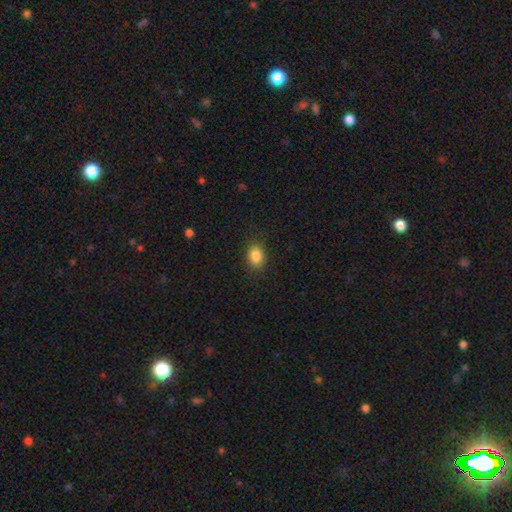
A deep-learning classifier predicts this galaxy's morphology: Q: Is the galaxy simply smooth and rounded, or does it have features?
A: smooth — 85%.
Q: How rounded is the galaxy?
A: in between — 58%.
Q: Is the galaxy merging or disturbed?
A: none — 85%.